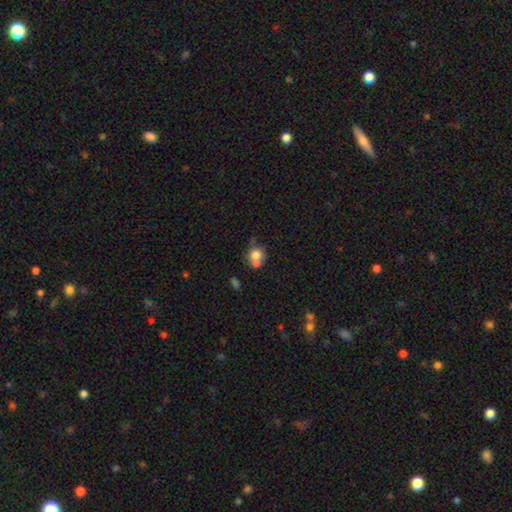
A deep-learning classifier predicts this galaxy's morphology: The model was most divided on "merging": none: 41%, merger: 39%, minor disturbance: 14%, major disturbance: 6%. More confident: how rounded — round (77%); smooth or featured — smooth (75%).